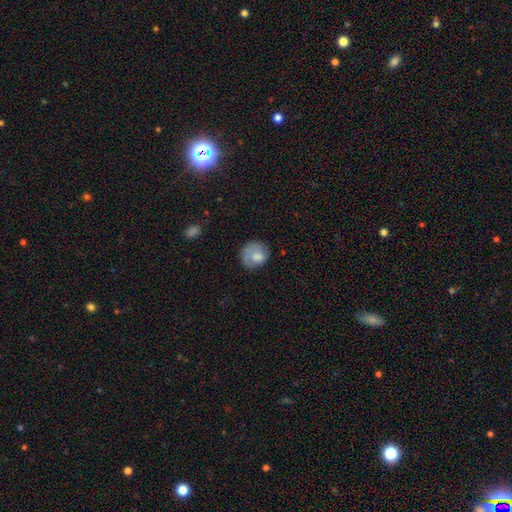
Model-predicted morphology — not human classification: smooth_or_featured: smooth (p=0.71) [alt: featured or disk p=0.22]
how_rounded: round (p=0.72) [alt: in between p=0.28]
merging: none (p=0.56) [alt: minor disturbance p=0.26]